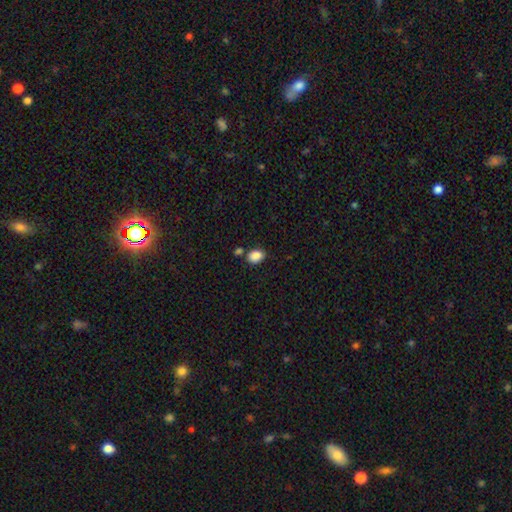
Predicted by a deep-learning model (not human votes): smooth-or-featured: smooth: 88% | star or artifact: 8% | featured or disk: 4%
  how-rounded: in between: 71% | round: 28% | cigar-shaped: 1%
  merging: none: 70% | minor disturbance: 13% | merger: 13% | major disturbance: 3%